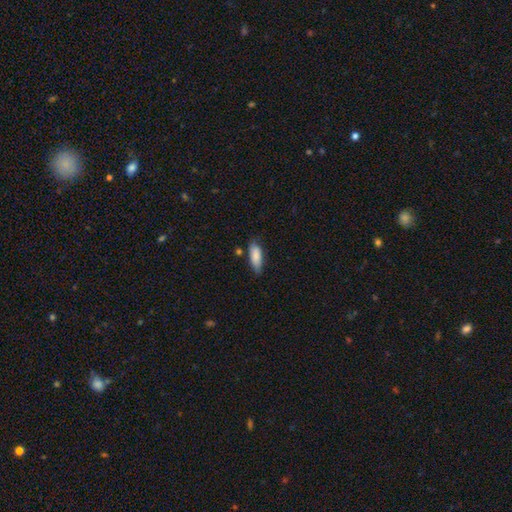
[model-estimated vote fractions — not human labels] Q: Smooth or featured?
A: smooth (85%); runner-up: featured or disk (9%)
Q: How rounded?
A: in between (64%); runner-up: cigar-shaped (35%)
Q: Merging?
A: none (71%); runner-up: minor disturbance (21%)